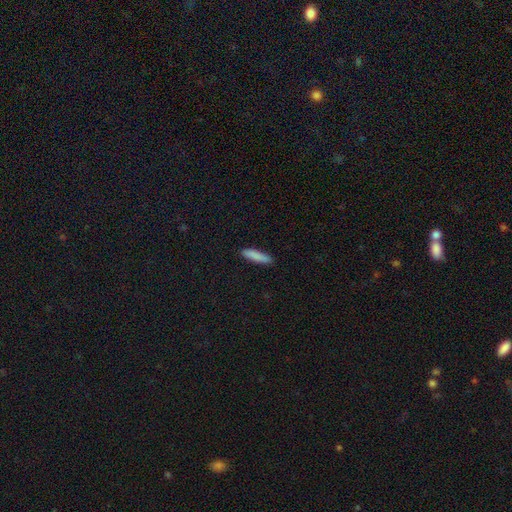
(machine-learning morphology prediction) type=smooth (87%); roundness=cigar-shaped (81%); merging=none (88%).